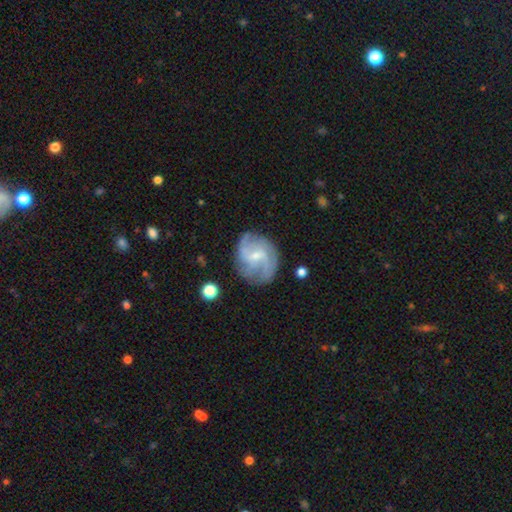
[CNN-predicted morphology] Q: Smooth or featured?
A: featured or disk (77%); runner-up: smooth (17%)
Q: Edge-on disk?
A: no (98%); runner-up: yes (2%)
Q: Bar?
A: weak (52%); runner-up: no (36%)
Q: Spiral arms?
A: yes (91%); runner-up: no (9%)
Q: Spiral winding?
A: medium (44%); runner-up: loose (31%)
Q: Spiral arm count?
A: 2 (36%); runner-up: can't tell (26%)
Q: Bulge size?
A: small (72%); runner-up: moderate (21%)
Q: Merging?
A: none (71%); runner-up: minor disturbance (18%)